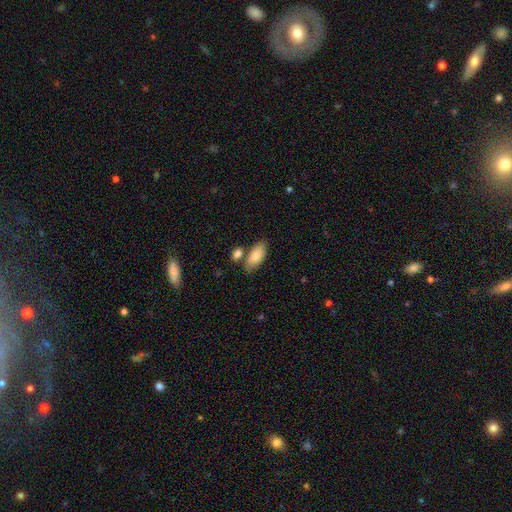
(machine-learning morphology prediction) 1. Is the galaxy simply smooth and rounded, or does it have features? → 83% smooth, 11% featured or disk, 6% star or artifact.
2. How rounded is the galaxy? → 89% in between, 9% cigar-shaped, 2% round.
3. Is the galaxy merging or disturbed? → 69% none, 14% merger, 14% minor disturbance, 3% major disturbance.